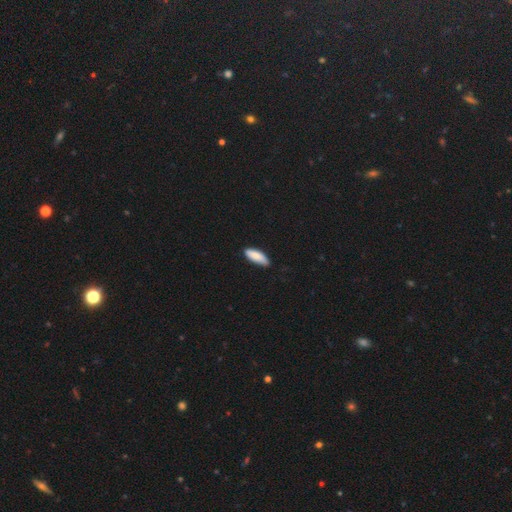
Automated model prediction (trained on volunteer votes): smooth 86%, featured or disk 9%, star or artifact 6%. Down the decision tree: how rounded — in between (66%); merging — none (80%).